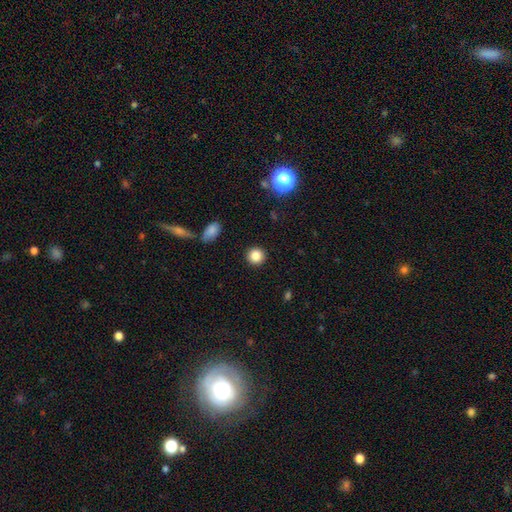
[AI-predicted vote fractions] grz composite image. It shows a smooth galaxy with no disk features (85%) that is round (92%). Merging: none (92%).